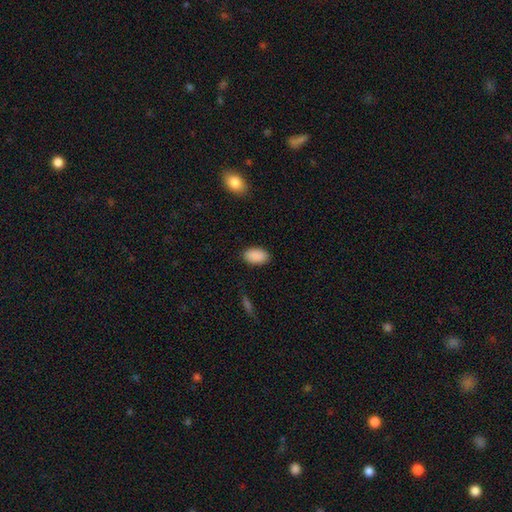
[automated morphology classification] This is clearly a smooth galaxy (90%). How rounded: clearly in between (92%). Merging: clearly none (87%).